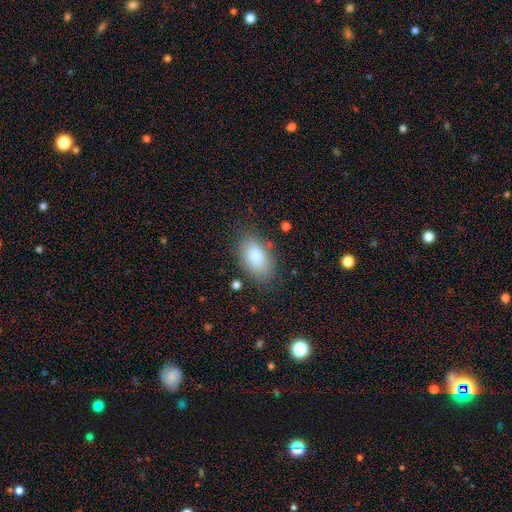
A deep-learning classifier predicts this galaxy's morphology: smooth-or-featured: smooth: 81% | featured or disk: 12% | star or artifact: 7%
  how-rounded: in between: 92% | round: 6% | cigar-shaped: 2%
  merging: none: 80% | minor disturbance: 14% | major disturbance: 4% | merger: 2%